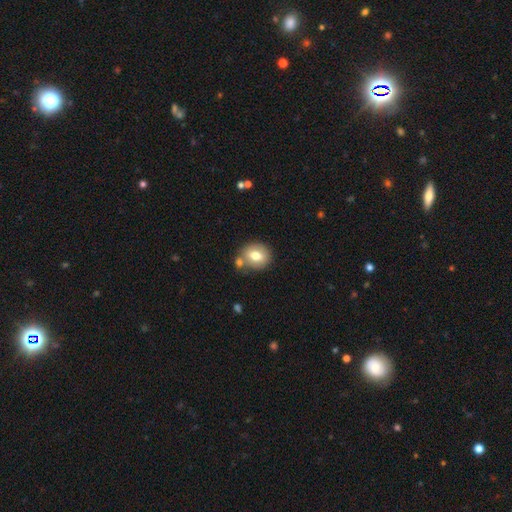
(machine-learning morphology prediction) smooth 73%, featured or disk 18%, star or artifact 9%. Down the decision tree: how rounded — round (69%); merging — none (67%).